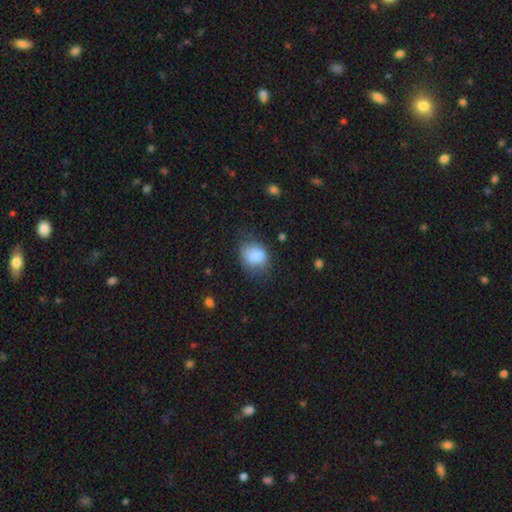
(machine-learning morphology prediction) Overall: smooth (79%). How rounded: in between (50%; round 49%). Merging: none (49%; minor disturbance 31%).